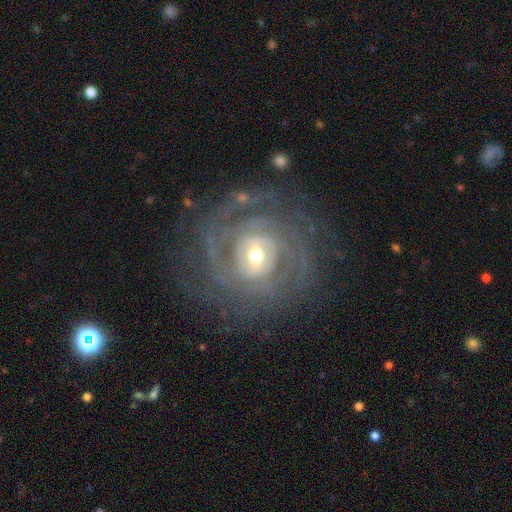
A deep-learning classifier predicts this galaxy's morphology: featured or disk 88%, smooth 7%, star or artifact 6%. Down the decision tree: edge-on disk — no (97%); bar — weak (45%); spiral arms — yes (95%); spiral arm count — can't tell (33%); spiral winding — tight (75%); bulge size — moderate (57%); merging — none (76%).